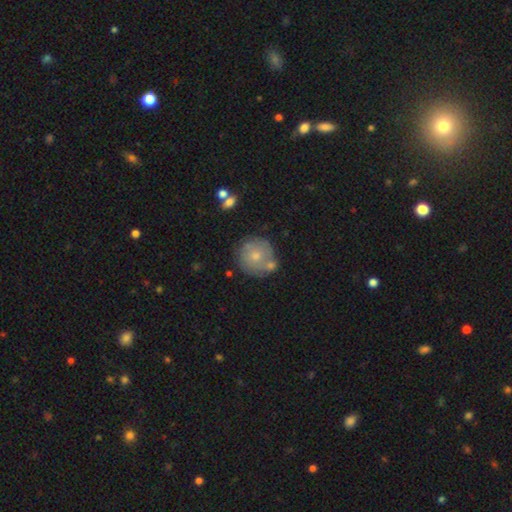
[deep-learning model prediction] Overall: smooth (57%; featured or disk 36%). How rounded: round (92%). Merging: none (65%).